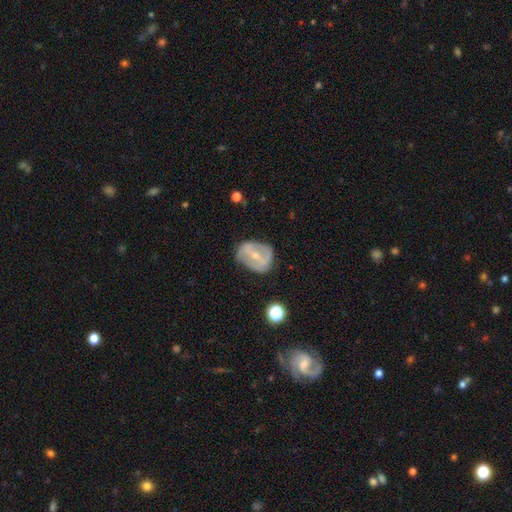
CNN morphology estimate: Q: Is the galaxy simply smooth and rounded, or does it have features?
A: featured or disk — 68%.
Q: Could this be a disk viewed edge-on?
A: no — 94%.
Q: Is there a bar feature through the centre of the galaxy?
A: strong — 42%.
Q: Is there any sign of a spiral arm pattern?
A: yes — 58%.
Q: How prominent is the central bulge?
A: small — 55%.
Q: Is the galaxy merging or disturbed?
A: none — 61%.